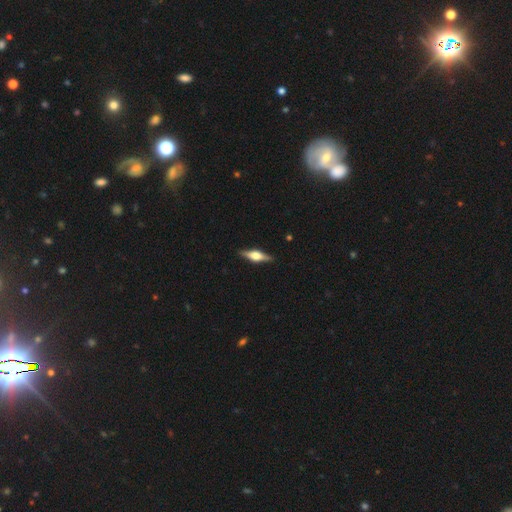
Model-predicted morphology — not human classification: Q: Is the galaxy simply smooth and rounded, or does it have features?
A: featured or disk — 70%.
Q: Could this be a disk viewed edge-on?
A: yes — 97%.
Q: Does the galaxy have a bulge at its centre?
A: rounded — 90%.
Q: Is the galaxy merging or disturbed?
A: none — 89%.